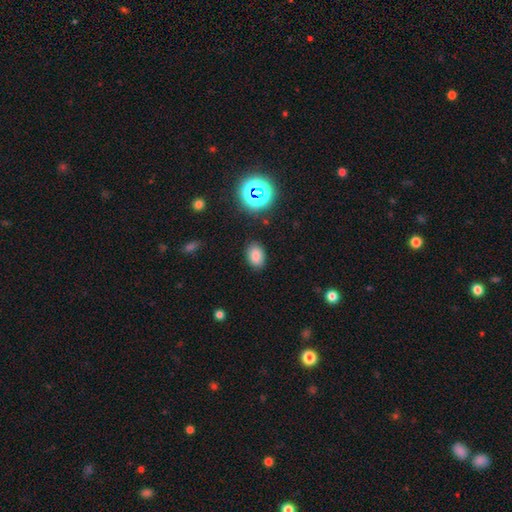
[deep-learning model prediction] Smooth or featured? smooth (79%)
How rounded? in between (82%)
Merging? none (85%)